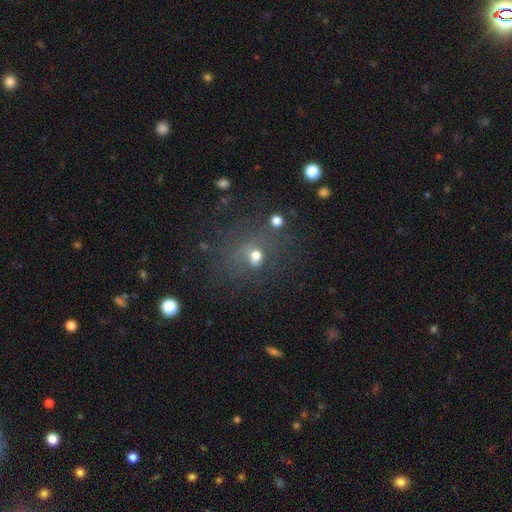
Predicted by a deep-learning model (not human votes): This appears to be a smooth galaxy with no disk features (58%) that is round (61%). Merging: none (51%).